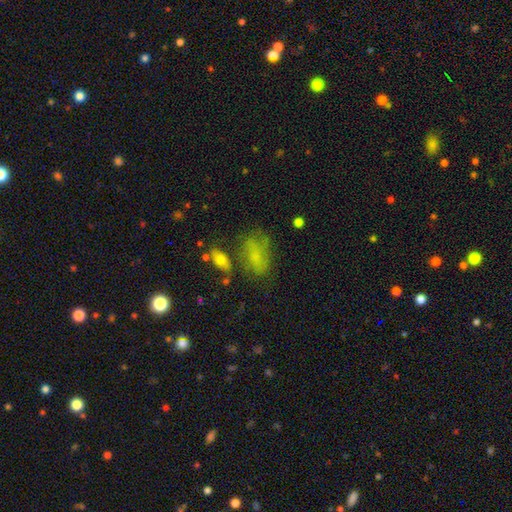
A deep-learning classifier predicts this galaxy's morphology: Smooth or featured? smooth (59%)
How rounded? in between (85%)
Merging? none (49%)